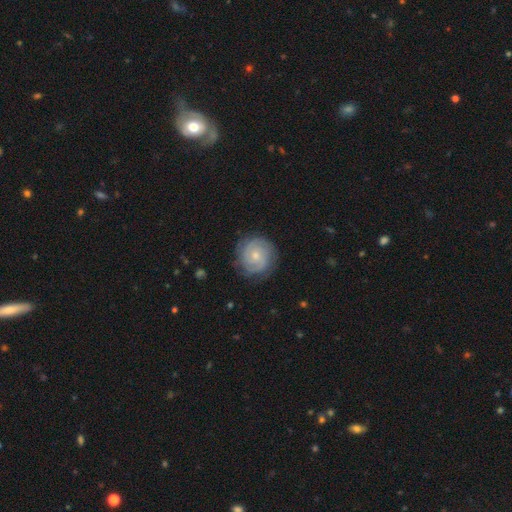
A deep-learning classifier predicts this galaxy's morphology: A featured or disk galaxy (72%) with no bar (70%), 2 (42%) tight (67%) spiral arms (93%) and a small central bulge (59%).

Vote fractions:
- Smooth or featured? featured or disk: 72% / smooth: 22% / star or artifact: 6%
- Edge-on disk? no: 98% / yes: 2%
- Bar? no: 70% / weak: 26% / strong: 3%
- Spiral arms? yes: 93% / no: 7%
- Spiral winding? tight: 67% / medium: 27% / loose: 6%
- Spiral arm count? 2: 42% / can't tell: 25% / 3: 19% / 4: 5% / 1: 5% / more than 4: 4%
- Bulge size? small: 59% / moderate: 36% / none: 2% / large: 1% / dominant: 1%
- Merging? none: 81% / minor disturbance: 14% / major disturbance: 4% / merger: 1%